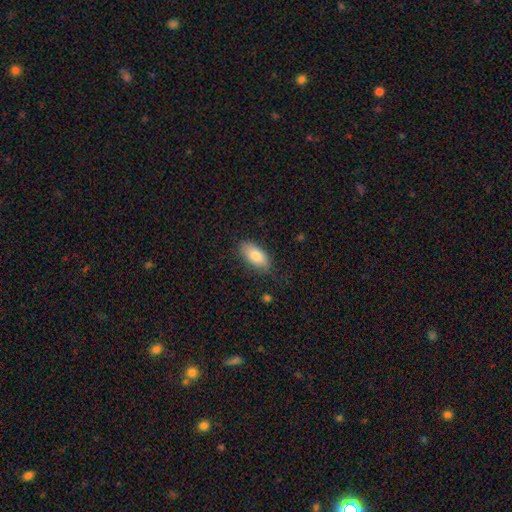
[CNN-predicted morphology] smooth_or_featured: smooth (p=0.82) [alt: featured or disk p=0.11]
how_rounded: in between (p=0.91) [alt: cigar-shaped p=0.07]
merging: none (p=0.79) [alt: minor disturbance p=0.16]